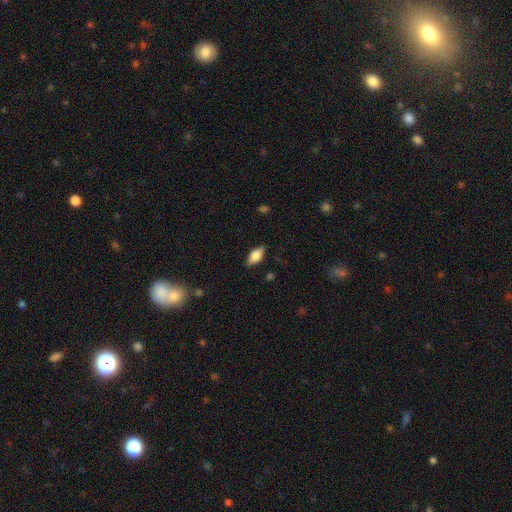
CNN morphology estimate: smooth 68%, featured or disk 25%, star or artifact 7%. Down the decision tree: how rounded — in between (85%); merging — none (84%).